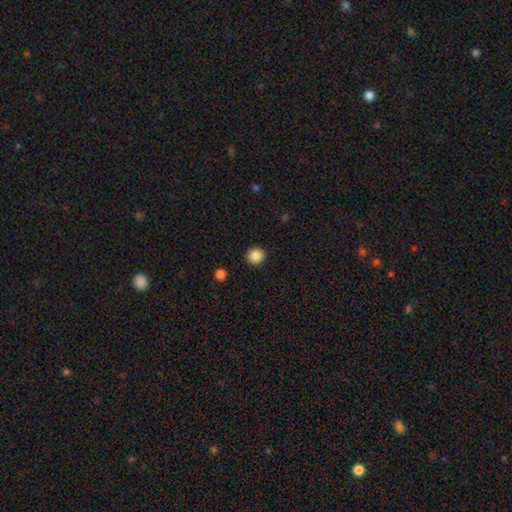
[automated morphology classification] The model was most divided on "how rounded": round: 85%, in between: 14%, cigar-shaped: 1%. More confident: merging — none (91%); smooth or featured — smooth (88%).